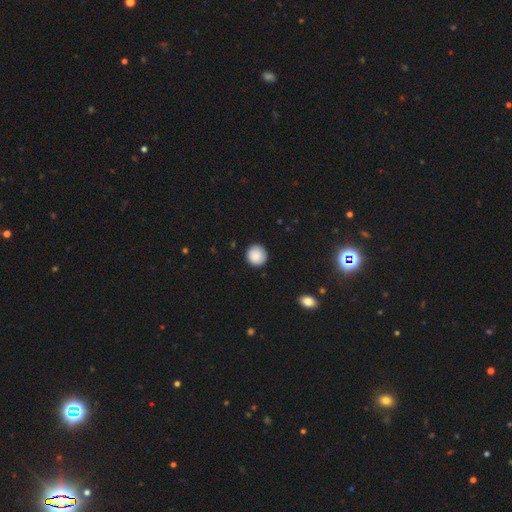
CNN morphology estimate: This is clearly a smooth galaxy (88%). How rounded: clearly round (95%). Merging: clearly none (89%).